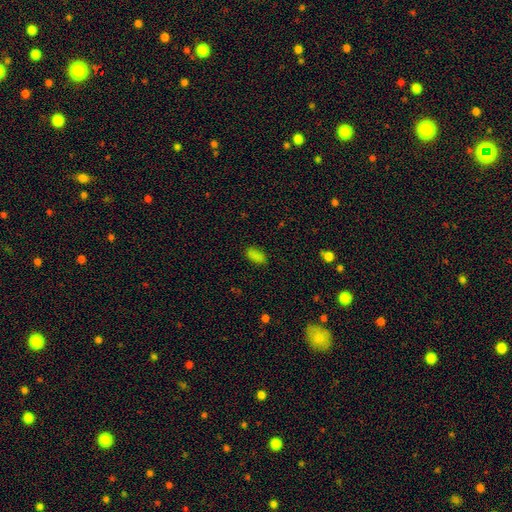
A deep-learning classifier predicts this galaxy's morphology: Smooth or featured? smooth (84%)
How rounded? in between (92%)
Merging? none (85%)